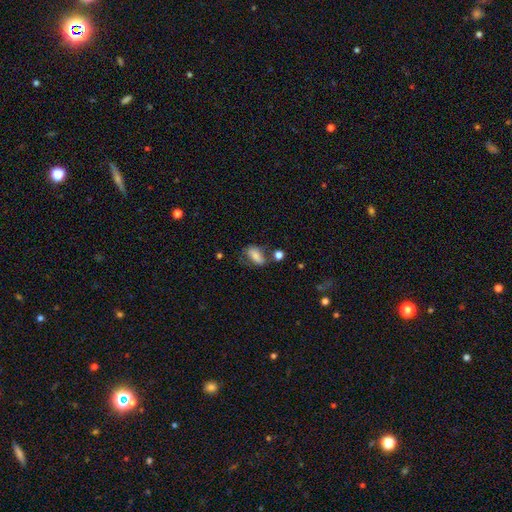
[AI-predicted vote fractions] The model was most divided on "merging": none: 45%, minor disturbance: 25%, major disturbance: 16%, merger: 13%. More confident: how rounded — in between (87%); smooth or featured — smooth (70%).